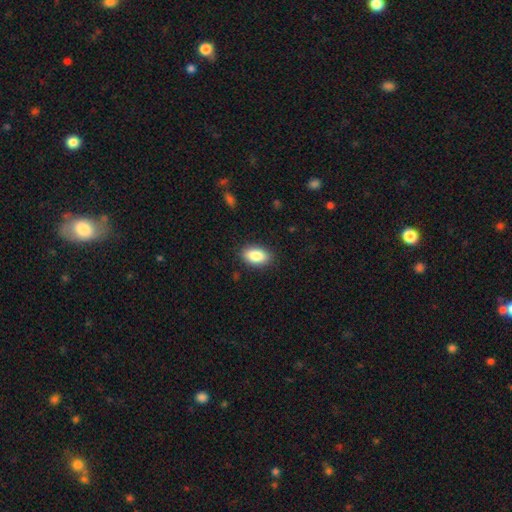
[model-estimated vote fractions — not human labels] Morphology: type=smooth (87%); roundness=in between (93%); merging=none (88%).